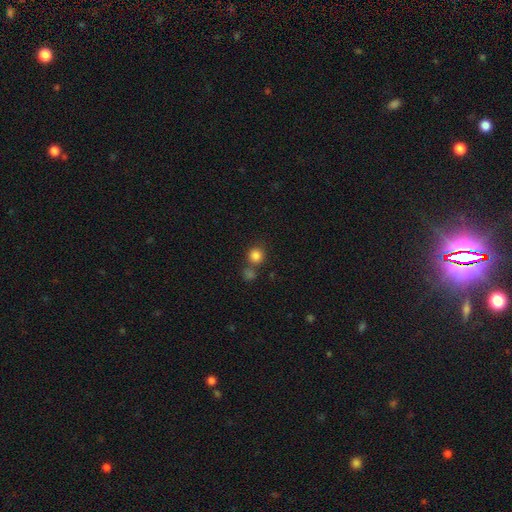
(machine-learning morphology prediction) The model was most divided on "merging": none: 63%, merger: 25%, minor disturbance: 9%, major disturbance: 4%. More confident: how rounded — round (90%); smooth or featured — smooth (83%).